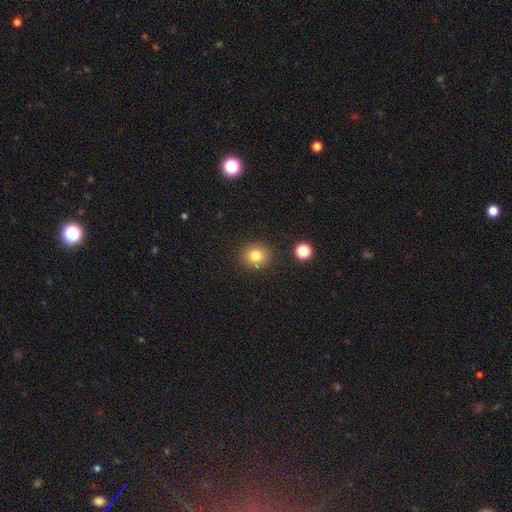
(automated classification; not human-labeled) A smooth galaxy with no disk features (81%) that is round (82%).

Vote fractions:
- Smooth or featured? smooth: 81% / star or artifact: 12% / featured or disk: 7%
- How rounded? round: 82% / in between: 17% / cigar-shaped: 1%
- Merging? none: 88% / minor disturbance: 7% / major disturbance: 2% / merger: 2%